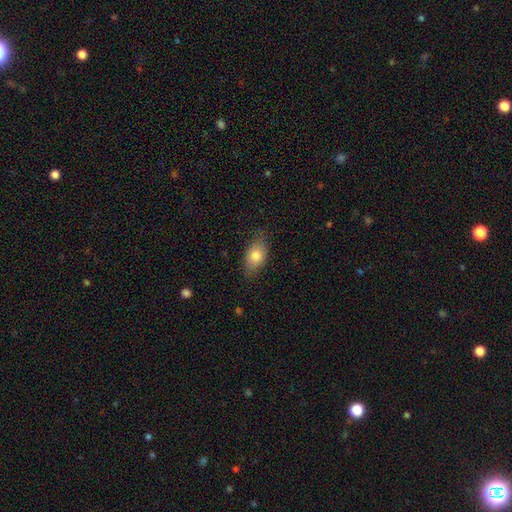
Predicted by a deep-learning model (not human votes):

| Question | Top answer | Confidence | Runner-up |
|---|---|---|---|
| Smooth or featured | smooth | 79% | featured or disk (14%) |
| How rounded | in between | 86% | round (11%) |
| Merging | none | 79% | minor disturbance (17%) |